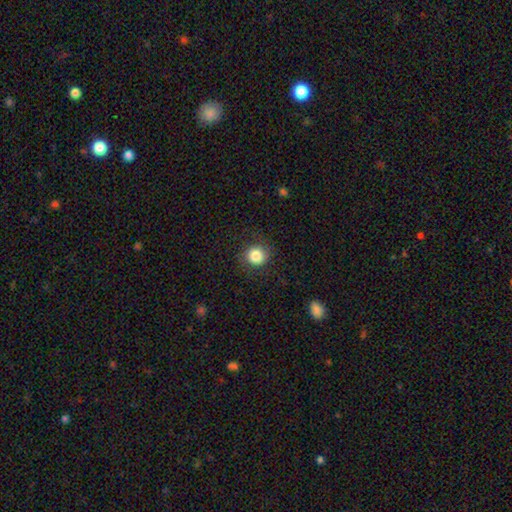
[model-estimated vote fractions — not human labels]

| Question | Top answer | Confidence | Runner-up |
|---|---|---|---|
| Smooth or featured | smooth | 83% | star or artifact (9%) |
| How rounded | round | 89% | in between (10%) |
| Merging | none | 83% | minor disturbance (11%) |